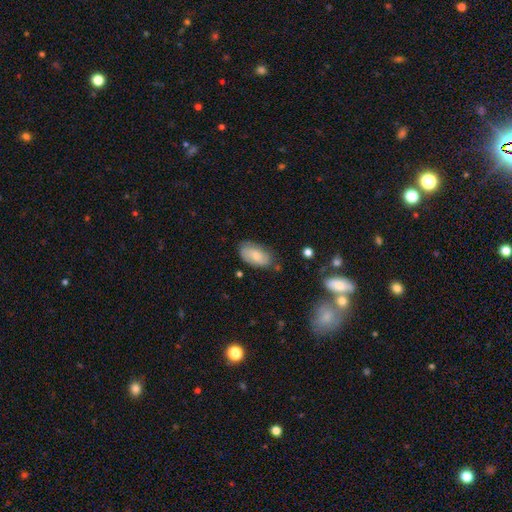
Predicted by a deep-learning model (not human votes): smooth_or_featured: smooth (p=0.72) [alt: featured or disk p=0.21]
how_rounded: in between (p=0.94) [alt: round p=0.03]
merging: none (p=0.69) [alt: minor disturbance p=0.24]